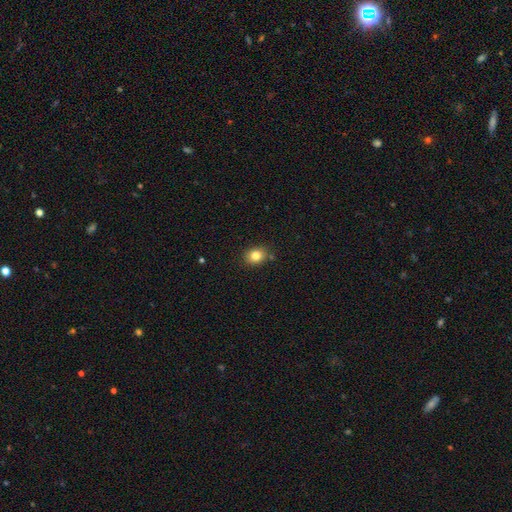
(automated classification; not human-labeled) Overall: smooth (82%). How rounded: round (51%; in between 48%). Merging: none (84%).